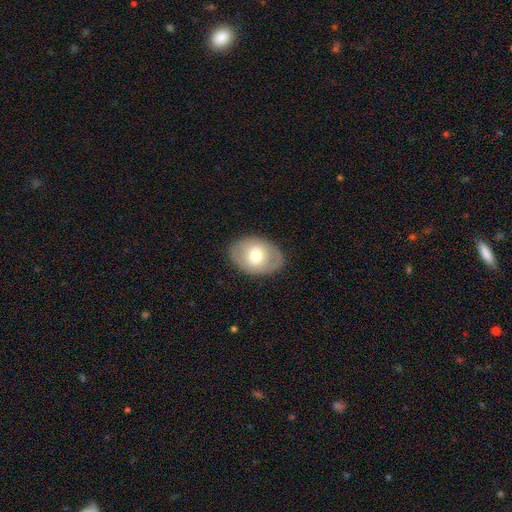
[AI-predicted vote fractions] smooth_or_featured: smooth (p=0.61) [alt: featured or disk p=0.32]
how_rounded: in between (p=0.75) [alt: round p=0.24]
merging: none (p=0.85) [alt: minor disturbance p=0.11]